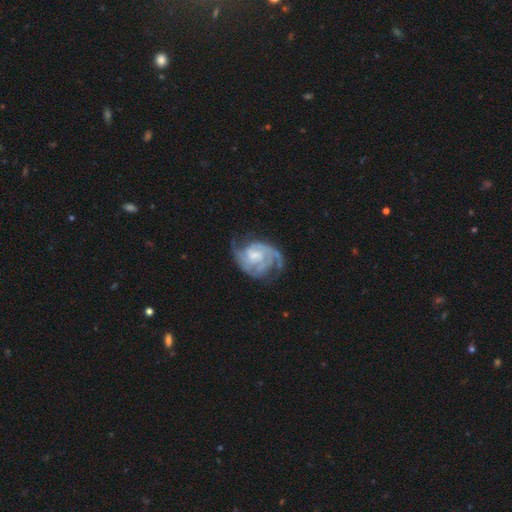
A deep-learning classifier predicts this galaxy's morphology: A featured or disk galaxy (87%) with no bar (48%), 2 (49%) medium (44%) spiral arms (96%) and a small central bulge (45%). Merging: none (57%).